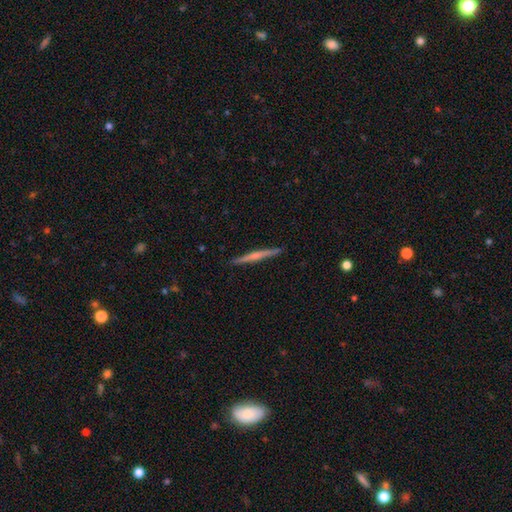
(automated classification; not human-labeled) Smooth or featured? Predicted: featured or disk (p=0.62). Edge-on disk? Predicted: yes (p=0.98). Edge-on bulge? Predicted: rounded (p=0.55). Merging? Predicted: none (p=0.91).